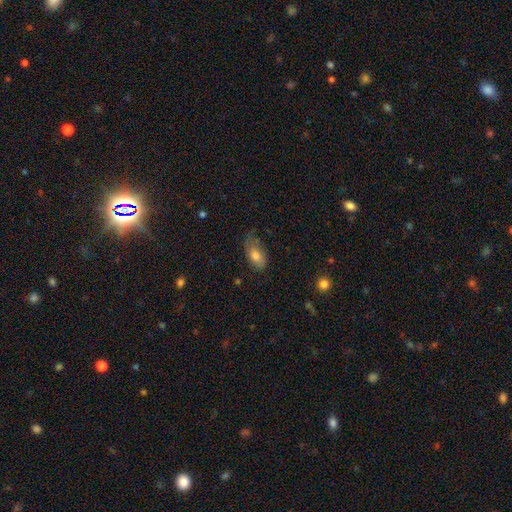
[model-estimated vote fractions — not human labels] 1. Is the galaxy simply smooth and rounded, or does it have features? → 76% smooth, 17% featured or disk, 7% star or artifact.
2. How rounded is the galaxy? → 90% in between, 5% round, 5% cigar-shaped.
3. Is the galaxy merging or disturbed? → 43% none, 37% minor disturbance, 18% major disturbance, 2% merger.